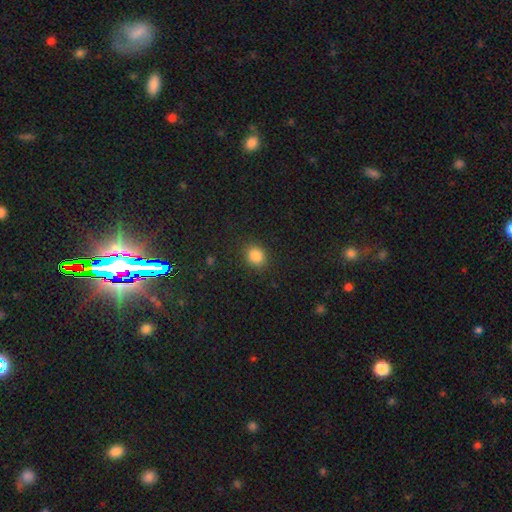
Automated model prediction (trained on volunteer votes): smooth-or-featured: smooth: 84% | star or artifact: 11% | featured or disk: 5%
  how-rounded: round: 68% | in between: 31% | cigar-shaped: 1%
  merging: none: 88% | minor disturbance: 8% | major disturbance: 3% | merger: 1%